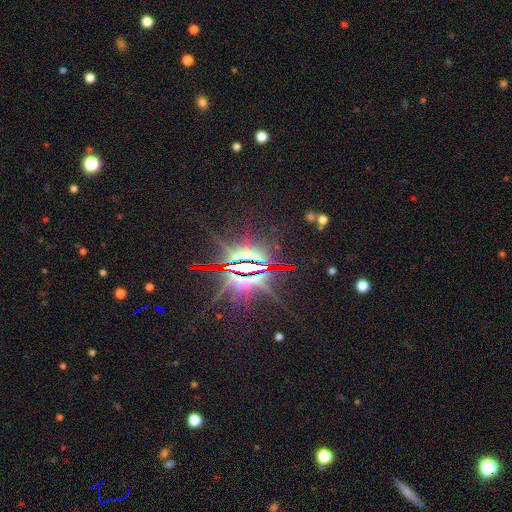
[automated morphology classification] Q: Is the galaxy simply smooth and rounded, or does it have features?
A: star or artifact — 84%.